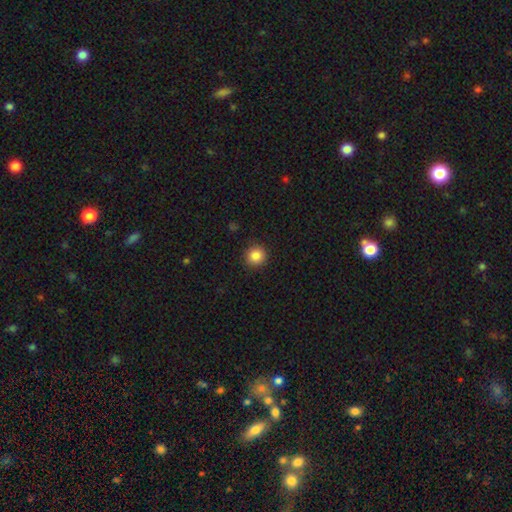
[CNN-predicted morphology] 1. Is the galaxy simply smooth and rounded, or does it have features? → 86% smooth, 10% star or artifact, 4% featured or disk.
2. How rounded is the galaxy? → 94% round, 5% in between, 1% cigar-shaped.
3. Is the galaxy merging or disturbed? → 90% none, 7% minor disturbance, 2% major disturbance, 1% merger.